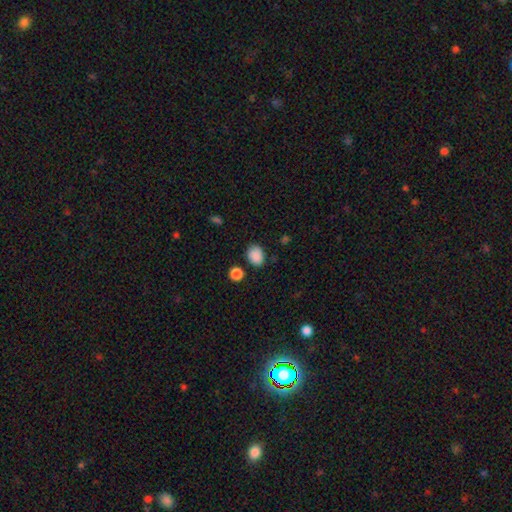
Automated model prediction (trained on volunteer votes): A smooth galaxy with no disk features (88%) that is in between round and cigar-shaped (62%).

Vote fractions:
- Smooth or featured? smooth: 88% / star or artifact: 9% / featured or disk: 3%
- How rounded? in between: 62% / round: 37% / cigar-shaped: 1%
- Merging? none: 77% / minor disturbance: 16% / major disturbance: 4% / merger: 4%